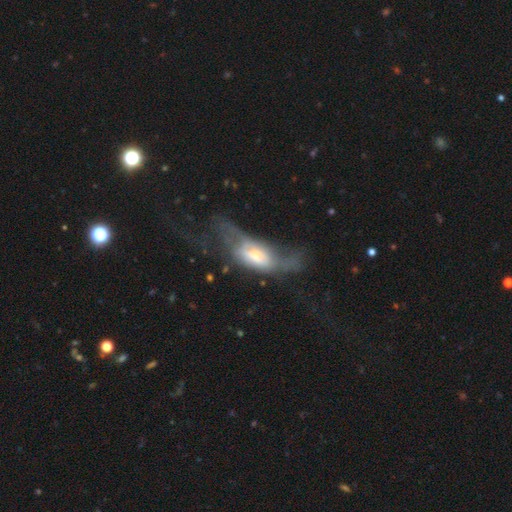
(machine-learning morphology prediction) smooth-or-featured: featured or disk: 50% | smooth: 42% | star or artifact: 8%
  disk-edge-on: no: 70% | yes: 30%
  merging: major disturbance: 52% | none: 22% | minor disturbance: 21% | merger: 6%